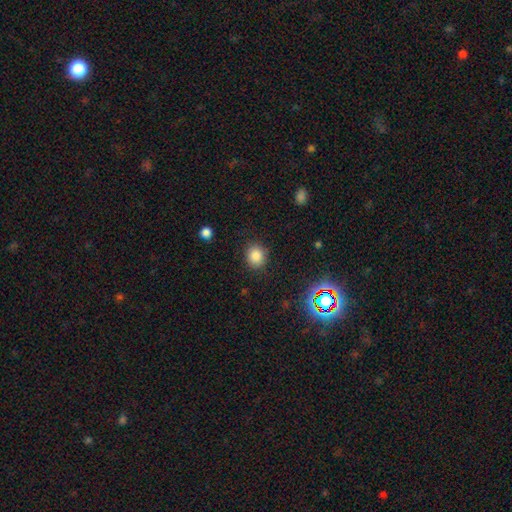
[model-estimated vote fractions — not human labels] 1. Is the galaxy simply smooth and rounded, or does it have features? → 83% smooth, 13% star or artifact, 5% featured or disk.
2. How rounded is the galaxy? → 76% round, 23% in between, 1% cigar-shaped.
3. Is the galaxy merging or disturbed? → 87% none, 9% minor disturbance, 3% major disturbance, 1% merger.